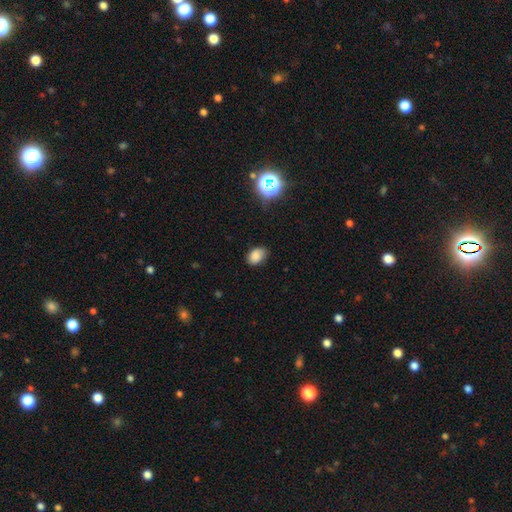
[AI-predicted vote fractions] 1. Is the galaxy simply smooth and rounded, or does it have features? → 83% smooth, 12% star or artifact, 5% featured or disk.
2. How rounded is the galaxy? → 80% in between, 19% round, 1% cigar-shaped.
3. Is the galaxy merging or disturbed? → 76% none, 19% minor disturbance, 4% major disturbance, 1% merger.